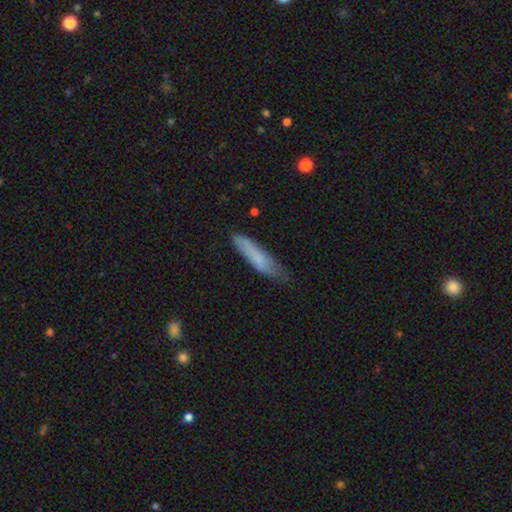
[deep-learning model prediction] smooth 75%, featured or disk 18%, star or artifact 7%. Down the decision tree: how rounded — cigar-shaped (82%); merging — none (68%).